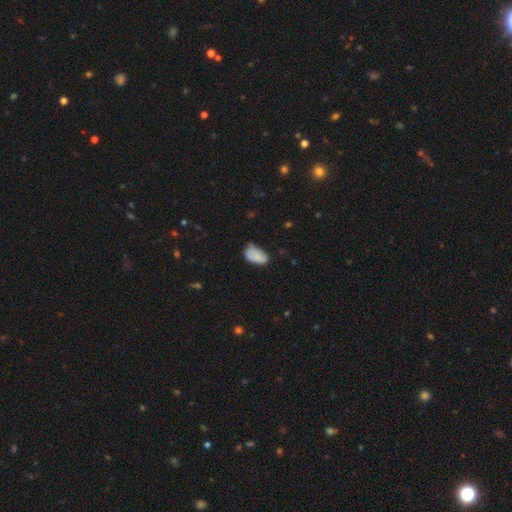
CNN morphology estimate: Overall: smooth (76%). How rounded: in between (93%). Merging: none (46%; minor disturbance 38%).